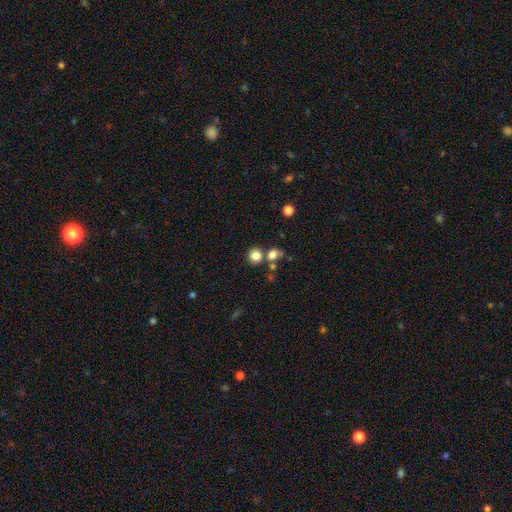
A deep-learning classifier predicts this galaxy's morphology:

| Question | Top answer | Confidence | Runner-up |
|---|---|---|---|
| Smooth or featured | smooth | 81% | star or artifact (12%) |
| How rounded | round | 88% | in between (11%) |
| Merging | none | 68% | merger (20%) |